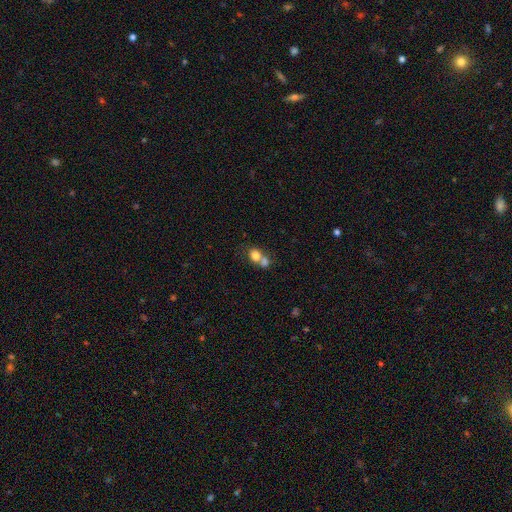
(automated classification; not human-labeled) smooth 75%, featured or disk 14%, star or artifact 11%. Down the decision tree: how rounded — round (61%); merging — merger (63%).